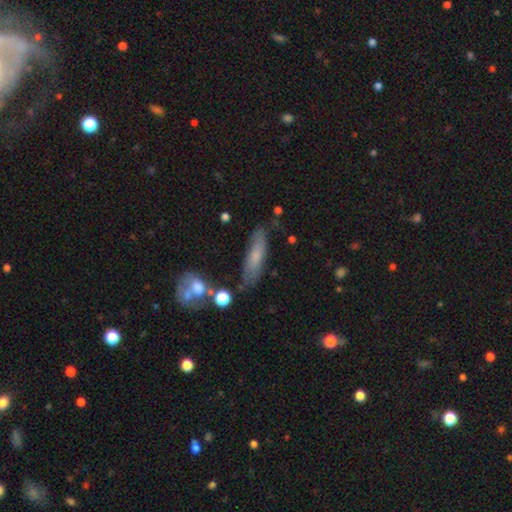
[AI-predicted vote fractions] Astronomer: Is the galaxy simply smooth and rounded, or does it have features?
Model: smooth — 65%.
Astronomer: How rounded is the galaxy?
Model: cigar-shaped — 67%.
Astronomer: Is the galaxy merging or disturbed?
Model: none — 69%.